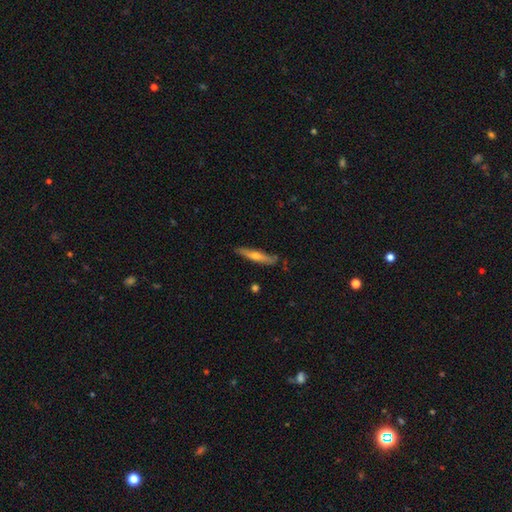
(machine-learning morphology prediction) Smooth or featured? featured or disk (51%)
Edge-on disk? yes (90%)
Merging? none (82%)